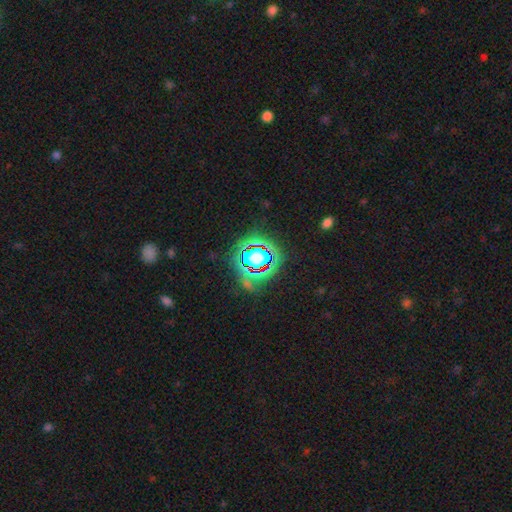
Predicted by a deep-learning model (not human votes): Smooth or featured?
  - star or artifact: 77% *
  - smooth: 13%
  - featured or disk: 10%